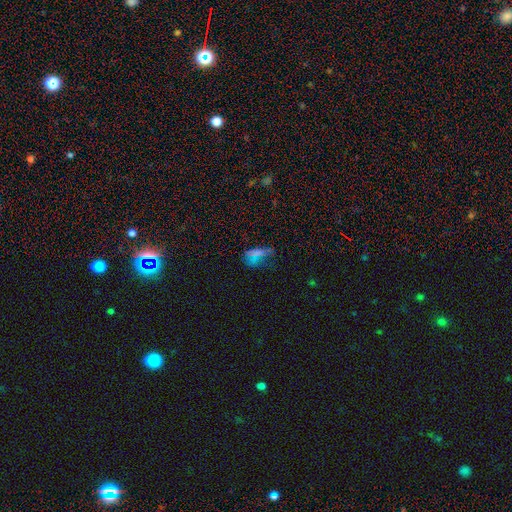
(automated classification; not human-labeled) Smooth or featured? smooth (52%)
How rounded? in between (69%)
Merging? none (38%)